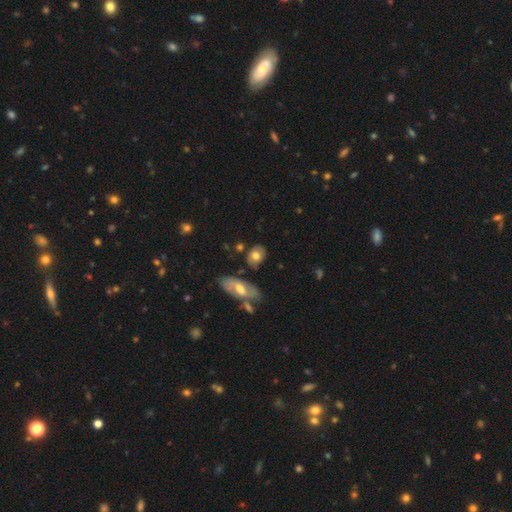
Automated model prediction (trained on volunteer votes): This appears to be a smooth galaxy with no disk features (68%) that is in between round and cigar-shaped (67%). Merging: none (70%).